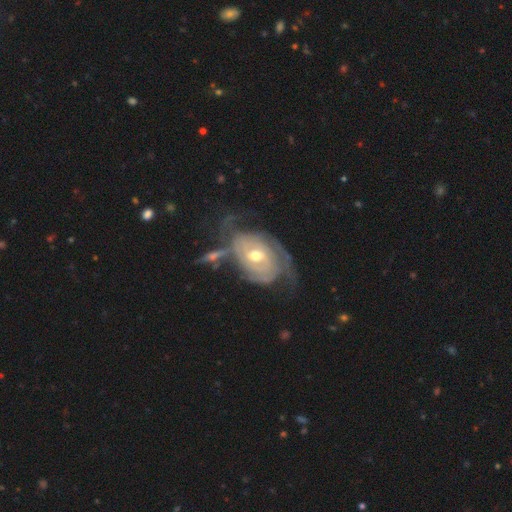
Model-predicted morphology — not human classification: This is clearly a featured or disk galaxy (86%). It is clearly not viewed edge-on (96%). Bar: possibly no (59%). Spiral arm pattern: clearly yes (93%). Spiral arm count: marginally 2 (36%). Spiral winding: likely tight (66%). Central bulge: likely moderate (70%). Merging: marginally none (45%).